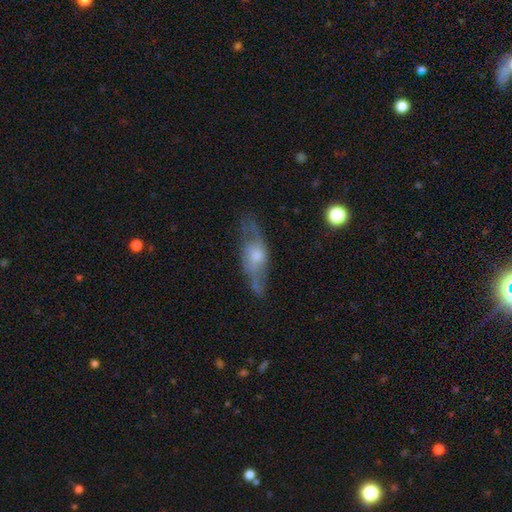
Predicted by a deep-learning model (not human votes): featured or disk 65%, smooth 28%, star or artifact 7%. Down the decision tree: edge-on disk — no (65%); merging — none (65%).